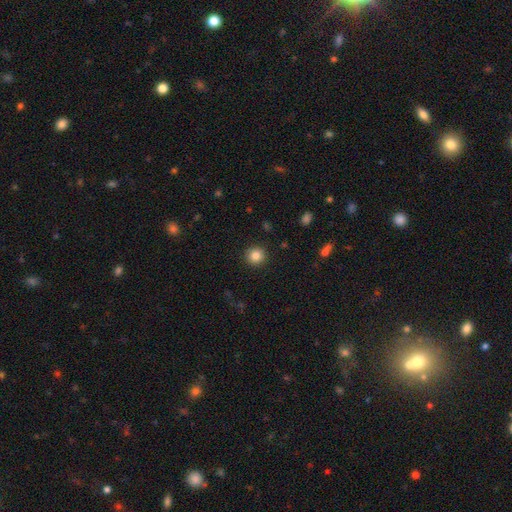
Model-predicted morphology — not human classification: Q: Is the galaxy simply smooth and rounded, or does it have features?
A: smooth — 85%.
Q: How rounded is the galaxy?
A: round — 93%.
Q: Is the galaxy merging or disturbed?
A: none — 92%.